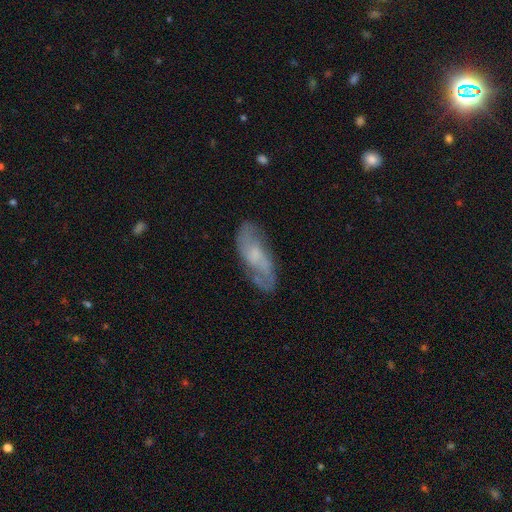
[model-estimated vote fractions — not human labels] featured or disk 58%, smooth 35%, star or artifact 7%. Down the decision tree: edge-on disk — no (87%); bar — no (61%); spiral arms — yes (77%); bulge size — small (40%); merging — none (67%).